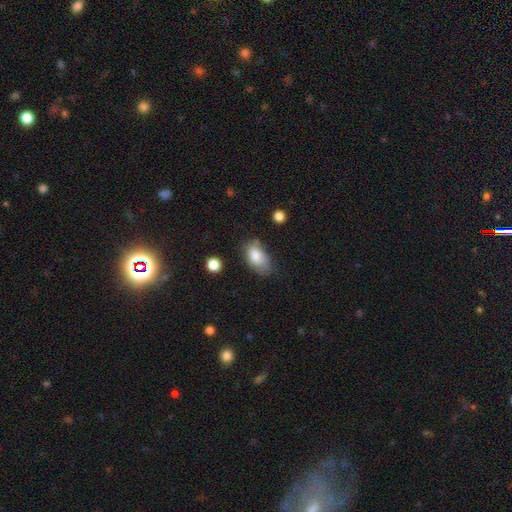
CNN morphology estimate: Smooth or featured? Predicted: smooth (p=0.81). How rounded? Predicted: in between (p=0.92). Merging? Predicted: none (p=0.55).